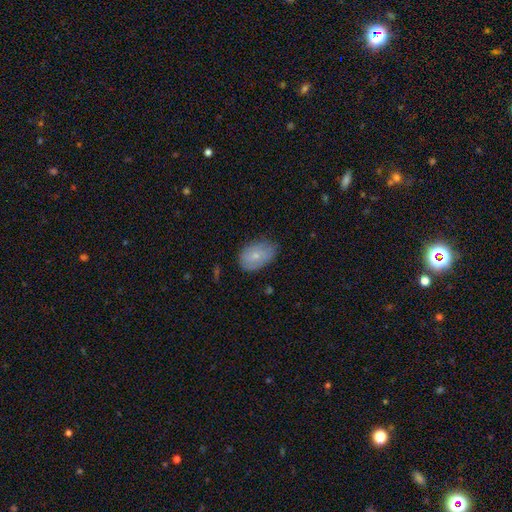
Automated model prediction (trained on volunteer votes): A smooth galaxy with no disk features (73%) that is in between round and cigar-shaped (86%).

Vote fractions:
- Smooth or featured? smooth: 73% / featured or disk: 20% / star or artifact: 7%
- How rounded? in between: 86% / round: 13% / cigar-shaped: 1%
- Merging? none: 66% / minor disturbance: 27% / major disturbance: 5% / merger: 1%